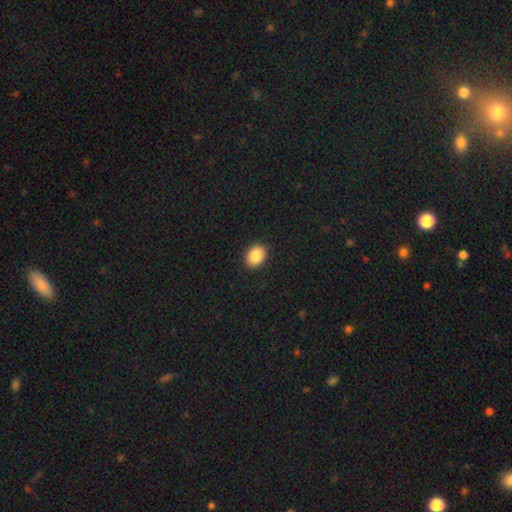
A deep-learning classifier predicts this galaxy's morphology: smooth-or-featured: smooth: 87% | star or artifact: 8% | featured or disk: 5%
  how-rounded: in between: 65% | round: 34% | cigar-shaped: 1%
  merging: none: 91% | minor disturbance: 7% | major disturbance: 2% | merger: 1%